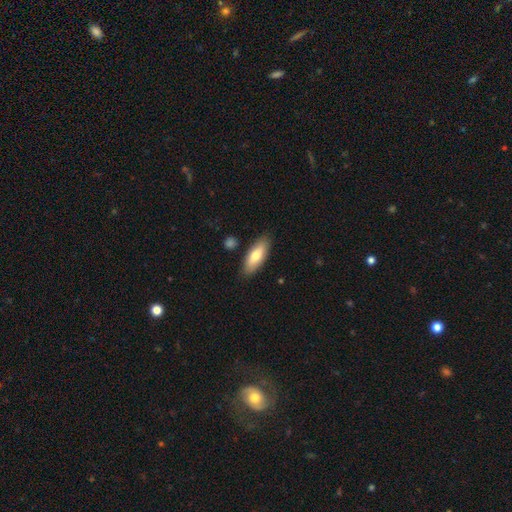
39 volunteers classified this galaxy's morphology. Overall: smooth (79%). How rounded: in between (74%). Merging: none (92%).